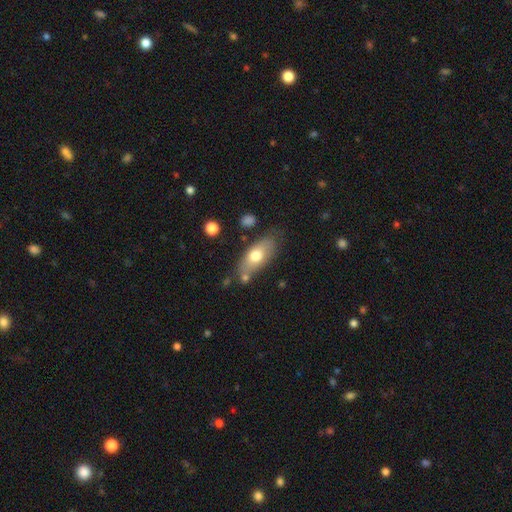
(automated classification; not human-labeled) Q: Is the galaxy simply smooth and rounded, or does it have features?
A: smooth — 67%.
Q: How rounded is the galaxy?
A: in between — 83%.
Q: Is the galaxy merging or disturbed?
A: none — 66%.